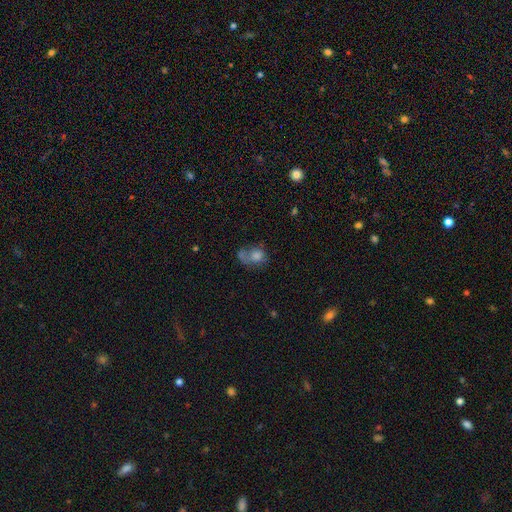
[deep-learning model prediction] smooth_or_featured: smooth (p=0.60) [alt: featured or disk p=0.22]
how_rounded: round (p=0.55) [alt: in between p=0.43]
merging: none (p=0.36) [alt: major disturbance p=0.26]